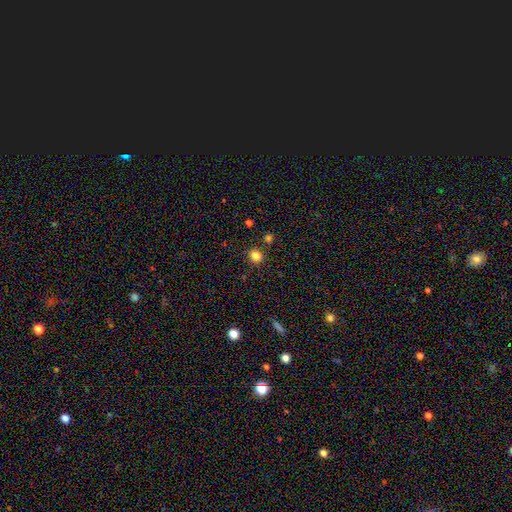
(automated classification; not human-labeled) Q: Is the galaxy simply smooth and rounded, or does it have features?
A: smooth — 82%.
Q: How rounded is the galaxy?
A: round — 84%.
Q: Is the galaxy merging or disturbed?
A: none — 85%.